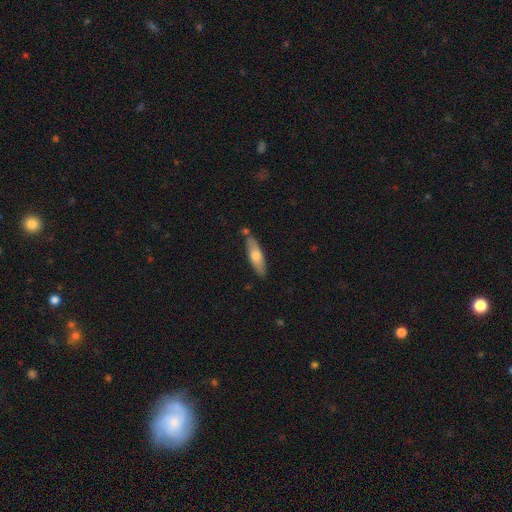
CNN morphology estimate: Overall: smooth (62%; featured or disk 33%). How rounded: cigar-shaped (57%; in between 41%). Merging: none (77%).